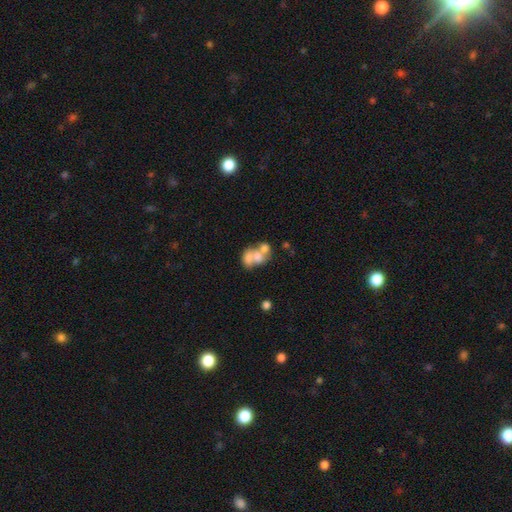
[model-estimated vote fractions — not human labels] Morphology: type=smooth (50%); roundness=in between (68%); merging=merger (64%).